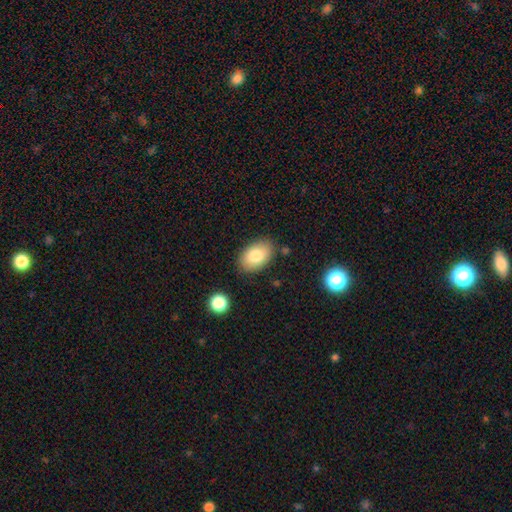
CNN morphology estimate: A smooth galaxy with no disk features (82%) that is in between round and cigar-shaped (91%).

Vote fractions:
- Smooth or featured? smooth: 82% / featured or disk: 11% / star or artifact: 7%
- How rounded? in between: 91% / round: 8% / cigar-shaped: 1%
- Merging? none: 83% / minor disturbance: 12% / major disturbance: 3% / merger: 3%